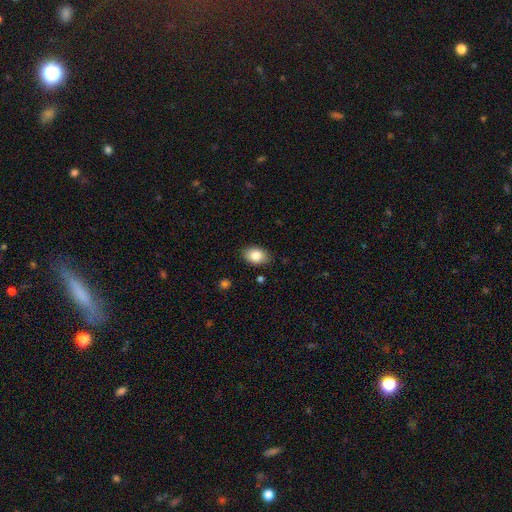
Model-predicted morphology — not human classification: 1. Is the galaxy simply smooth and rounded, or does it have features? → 85% smooth, 8% star or artifact, 8% featured or disk.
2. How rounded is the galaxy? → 83% in between, 16% round, 1% cigar-shaped.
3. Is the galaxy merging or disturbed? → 85% none, 11% minor disturbance, 2% major disturbance, 1% merger.